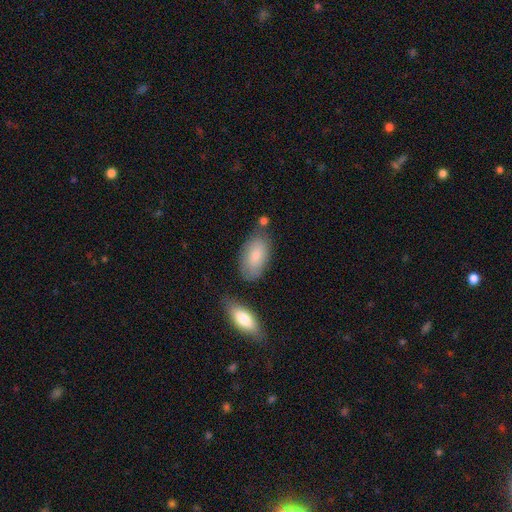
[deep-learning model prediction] Smooth or featured: smooth — 82% (featured or disk — 13%)
How rounded: in between — 93% (cigar-shaped — 3%)
Merging: none — 66% (minor disturbance — 20%)